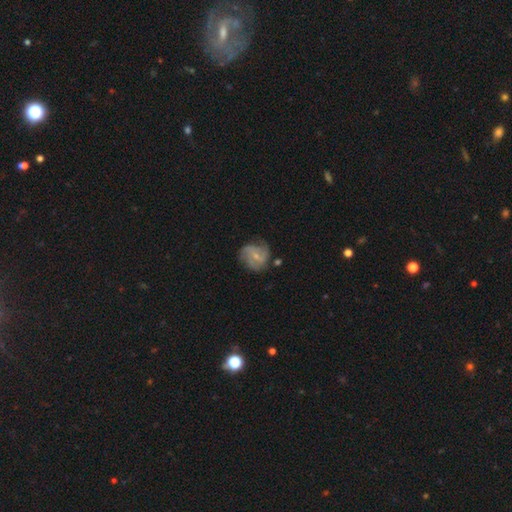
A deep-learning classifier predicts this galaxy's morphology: Smooth or featured? featured or disk (65%)
Edge-on disk? no (98%)
Bar? no (50%)
Spiral arms? yes (85%)
Spiral winding? medium (44%)
Spiral arm count? 2 (31%)
Bulge size? small (64%)
Merging? none (58%)